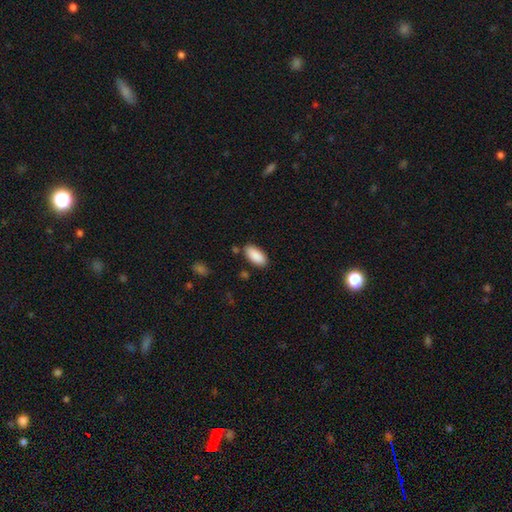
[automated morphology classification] The model was most divided on "merging": none: 84%, minor disturbance: 11%, merger: 3%, major disturbance: 2%. More confident: how rounded — in between (92%); smooth or featured — smooth (90%).